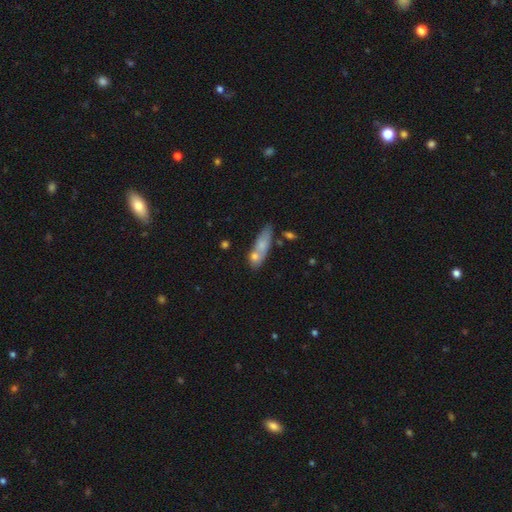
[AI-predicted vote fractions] smooth 65%, featured or disk 25%, star or artifact 9%. Down the decision tree: how rounded — cigar-shaped (53%); merging — none (50%).